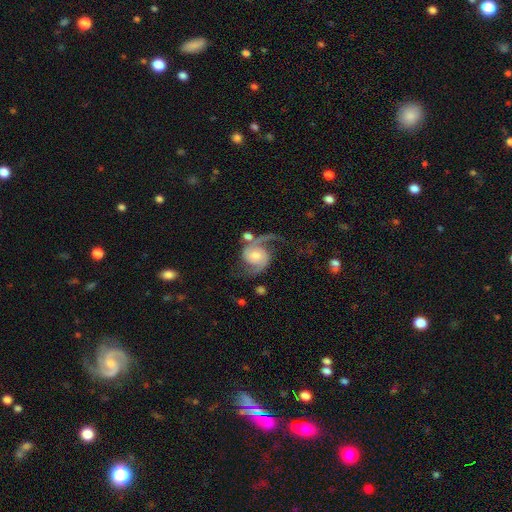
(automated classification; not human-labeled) This appears to be a featured or disk galaxy (89%) with no bar (64%), 2 (92%) medium (45%) spiral arms (98%) and a moderate central bulge (46%). Merging: none (58%).